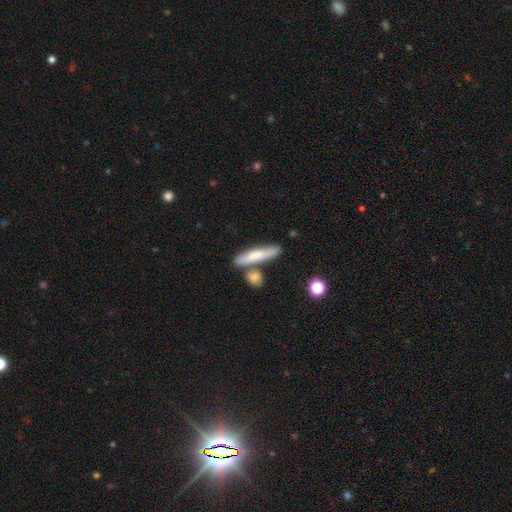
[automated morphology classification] This is likely a smooth galaxy (66%). How rounded: clearly cigar-shaped (81%). Merging: likely none (65%).